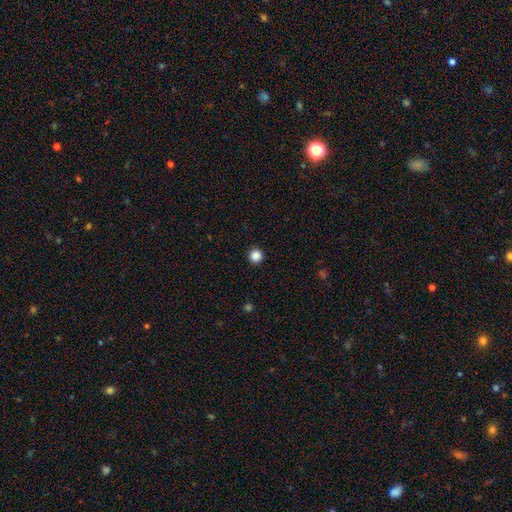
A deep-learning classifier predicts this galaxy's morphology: smooth-or-featured: smooth: 87% | star or artifact: 11% | featured or disk: 2%
  how-rounded: round: 96% | in between: 3% | cigar-shaped: 1%
  merging: none: 93% | minor disturbance: 4% | major disturbance: 2% | merger: 1%